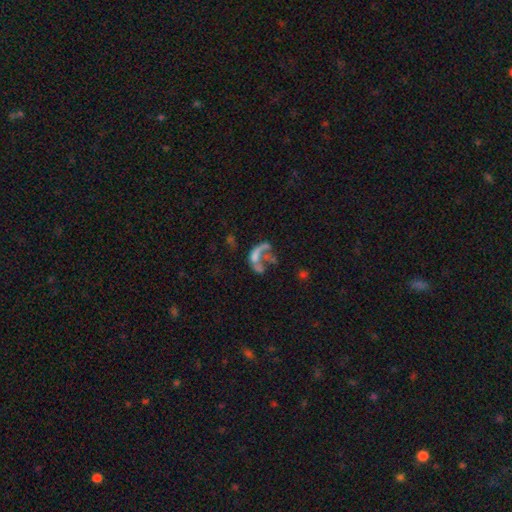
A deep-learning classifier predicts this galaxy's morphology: featured or disk 59%, smooth 26%, star or artifact 15%. Down the decision tree: edge-on disk — no (97%); bar — no (85%); spiral arms — no (76%); bulge size — none (65%); merging — major disturbance (42%).